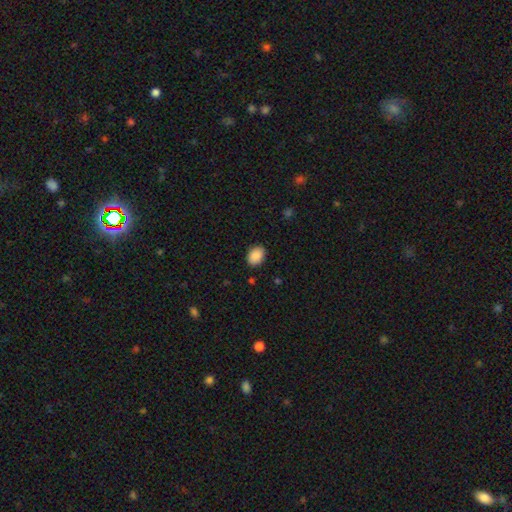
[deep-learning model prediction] smooth 90%, star or artifact 7%, featured or disk 3%. Down the decision tree: how rounded — in between (73%); merging — none (88%).